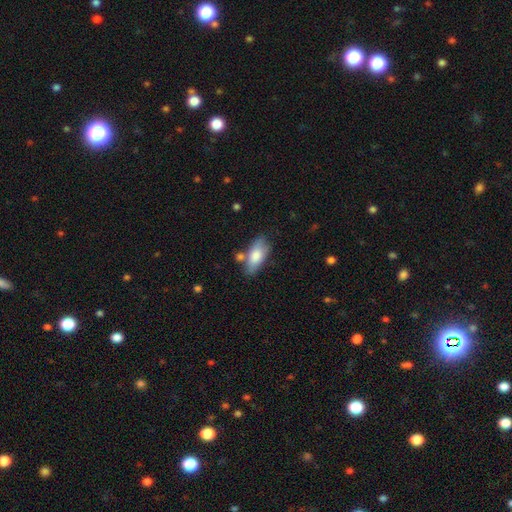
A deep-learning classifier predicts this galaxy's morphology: Smooth or featured? Predicted: smooth (p=0.75). How rounded? Predicted: in between (p=0.84). Merging? Predicted: none (p=0.62).